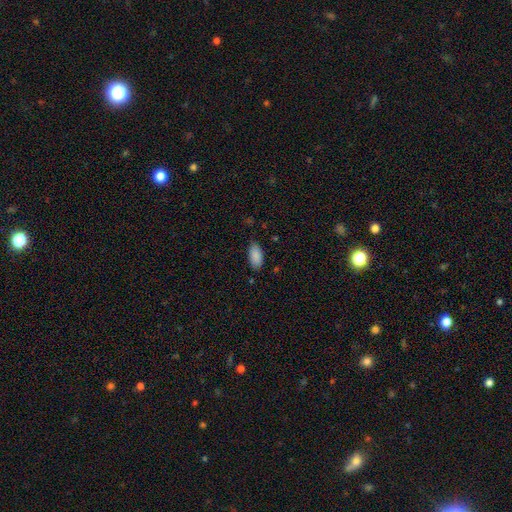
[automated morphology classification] type=smooth (88%); roundness=in between (93%); merging=none (83%).